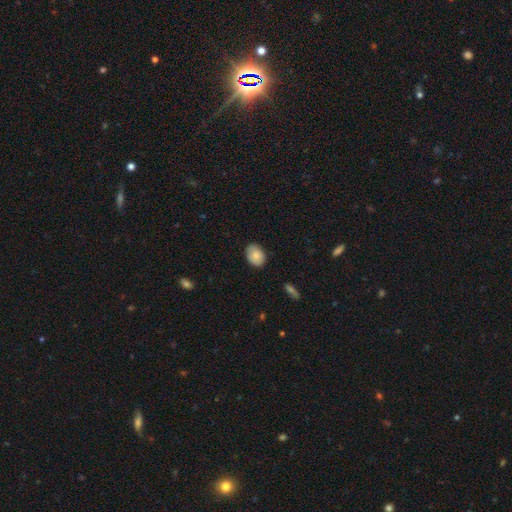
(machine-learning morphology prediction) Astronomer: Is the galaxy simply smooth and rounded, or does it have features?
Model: smooth — 84%.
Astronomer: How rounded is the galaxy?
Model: in between — 74%.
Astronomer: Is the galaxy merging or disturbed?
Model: none — 80%.